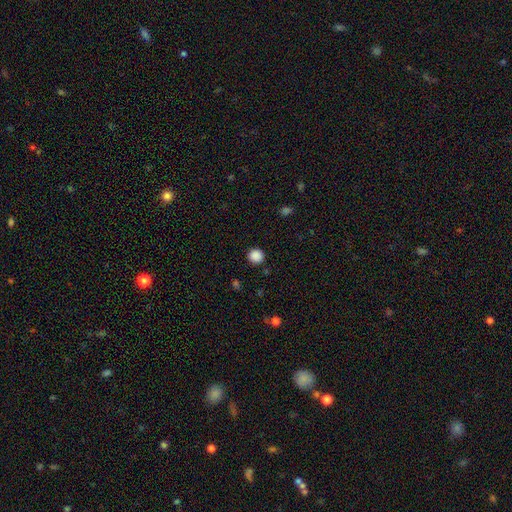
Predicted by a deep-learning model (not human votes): smooth_or_featured: smooth (p=0.87) [alt: star or artifact p=0.10]
how_rounded: round (p=0.88) [alt: in between p=0.11]
merging: none (p=0.90) [alt: minor disturbance p=0.07]